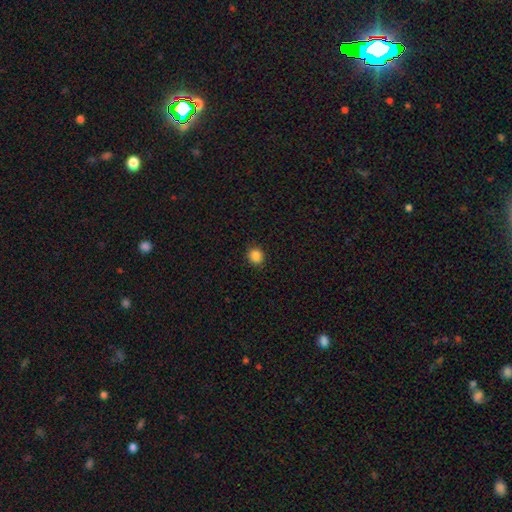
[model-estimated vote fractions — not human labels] The model was most divided on "how rounded": round: 84%, in between: 15%, cigar-shaped: 1%. More confident: merging — none (91%); smooth or featured — smooth (86%).